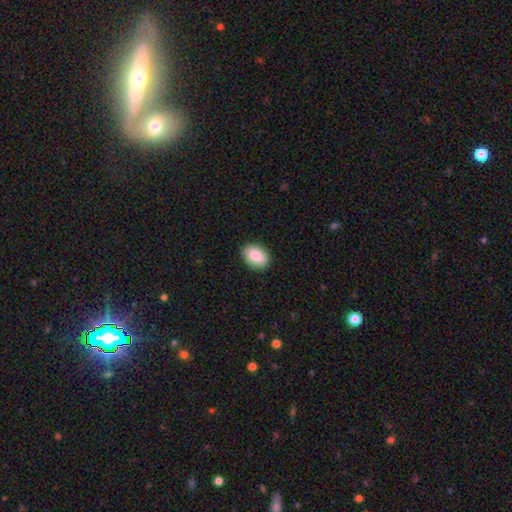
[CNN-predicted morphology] Smooth or featured?
  - smooth: 88% *
  - star or artifact: 7%
  - featured or disk: 5%
How rounded?
  - in between: 81% *
  - round: 18%
  - cigar-shaped: 1%
Merging?
  - none: 89% *
  - minor disturbance: 8%
  - major disturbance: 2%
  - merger: 1%